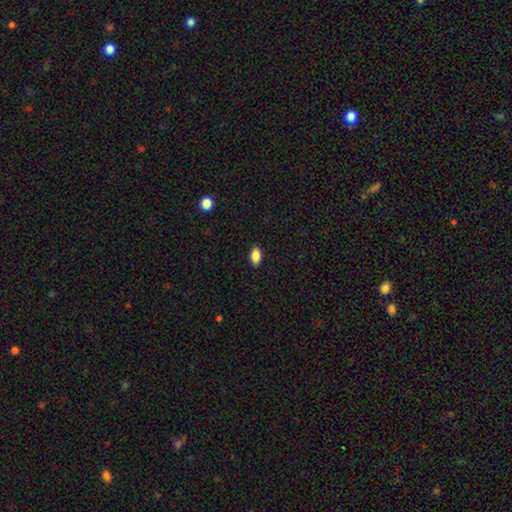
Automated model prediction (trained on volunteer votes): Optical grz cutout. It shows a smooth galaxy with no disk features (86%) that is in between round and cigar-shaped (88%). Merging: none (89%).